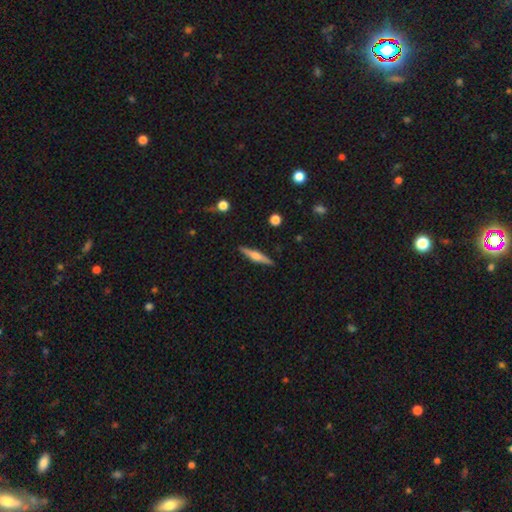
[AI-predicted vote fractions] smooth-or-featured: featured or disk: 58% | smooth: 36% | star or artifact: 6%
  disk-edge-on: yes: 97% | no: 3%
    edge-on-bulge: rounded: 85% | boxy: 8% | none: 7%
  merging: none: 90% | minor disturbance: 7% | major disturbance: 2% | merger: 1%